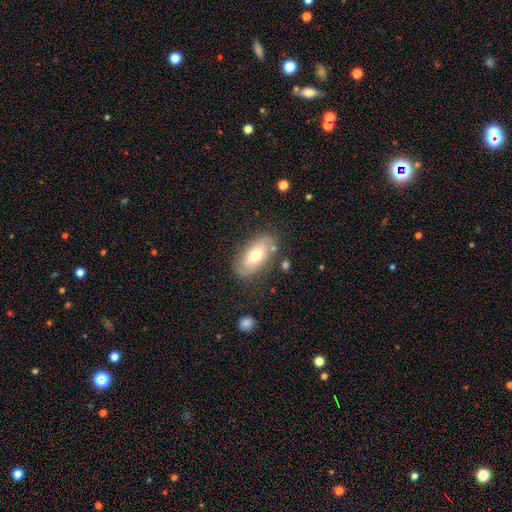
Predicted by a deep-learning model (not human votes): This is possibly a smooth galaxy (59%). How rounded: clearly in between (91%). Merging: likely none (79%).